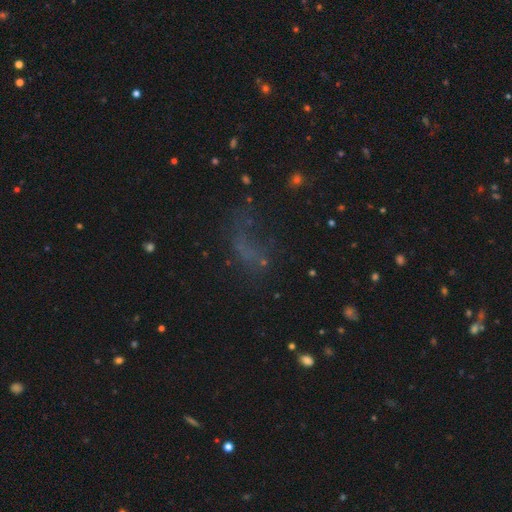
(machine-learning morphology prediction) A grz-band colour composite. It shows a smooth galaxy with no disk features (37%). Merging: none (42%).